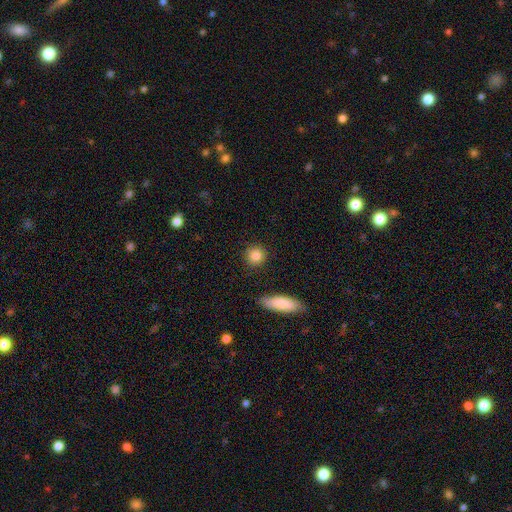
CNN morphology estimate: smooth_or_featured: smooth (p=0.86) [alt: star or artifact p=0.09]
how_rounded: round (p=0.88) [alt: in between p=0.10]
merging: none (p=0.88) [alt: minor disturbance p=0.07]